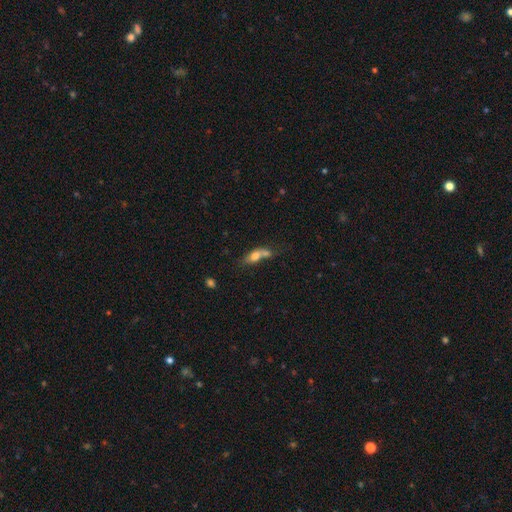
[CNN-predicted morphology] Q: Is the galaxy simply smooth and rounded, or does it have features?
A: smooth — 68%.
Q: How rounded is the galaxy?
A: in between — 68%.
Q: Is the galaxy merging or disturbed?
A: merger — 53%.